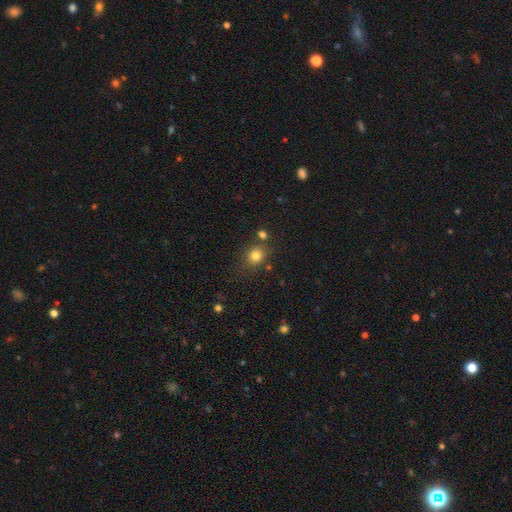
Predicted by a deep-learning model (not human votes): smooth 79%, star or artifact 14%, featured or disk 7%. Down the decision tree: how rounded — round (76%); merging — none (76%).